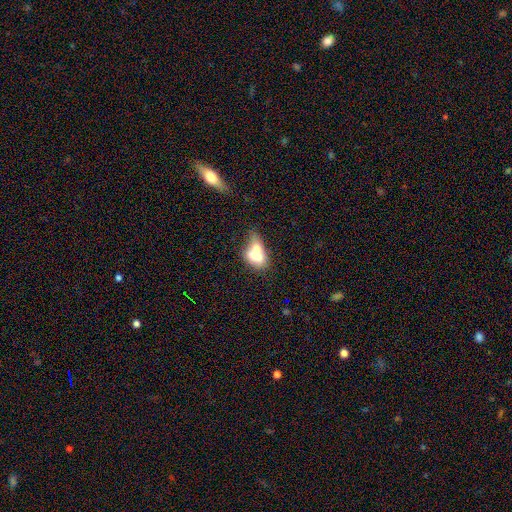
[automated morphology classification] Overall: smooth (64%; featured or disk 28%). How rounded: in between (75%). Merging: merger (65%).